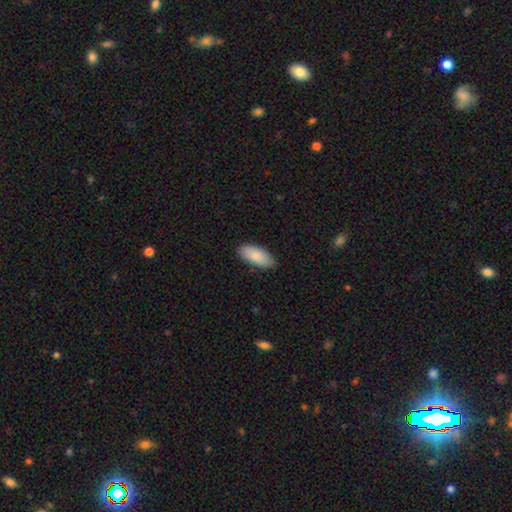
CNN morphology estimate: type=smooth (88%); roundness=in between (88%); merging=none (86%).